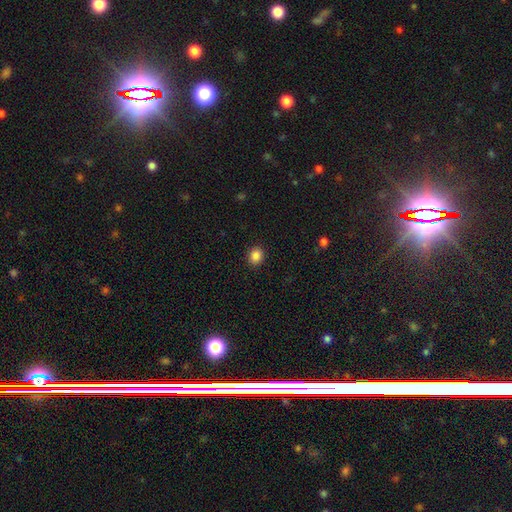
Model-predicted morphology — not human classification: Smooth or featured? smooth (86%)
How rounded? round (71%)
Merging? none (91%)